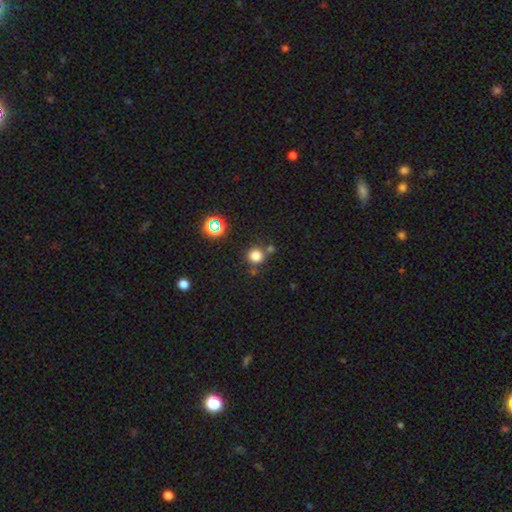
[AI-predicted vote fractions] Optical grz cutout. It shows a smooth galaxy with no disk features (77%) that is round (93%). Merging: none (76%).